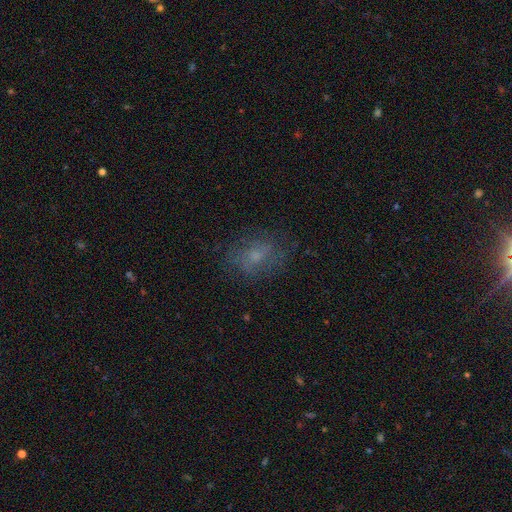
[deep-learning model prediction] Overall: smooth (47%; featured or disk 38%). Merging: none (68%).